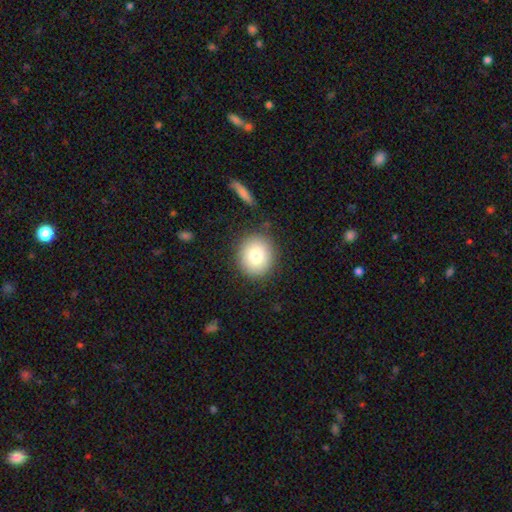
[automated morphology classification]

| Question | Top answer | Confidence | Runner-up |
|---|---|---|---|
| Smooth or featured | smooth | 81% | featured or disk (10%) |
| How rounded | round | 84% | in between (16%) |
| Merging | none | 86% | minor disturbance (9%) |